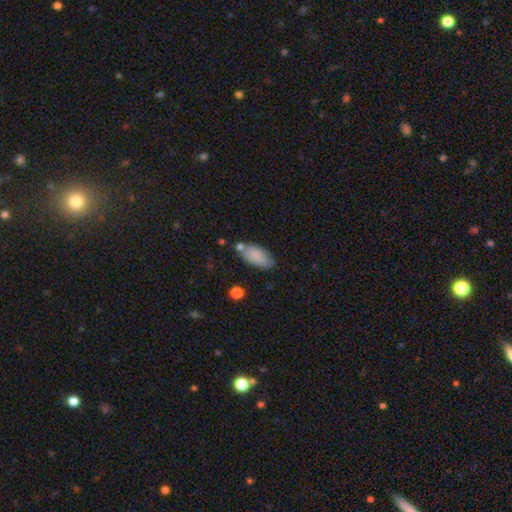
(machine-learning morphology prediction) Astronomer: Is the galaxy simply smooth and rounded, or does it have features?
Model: smooth — 85%.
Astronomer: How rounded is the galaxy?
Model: in between — 92%.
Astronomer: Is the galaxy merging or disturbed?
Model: none — 66%.